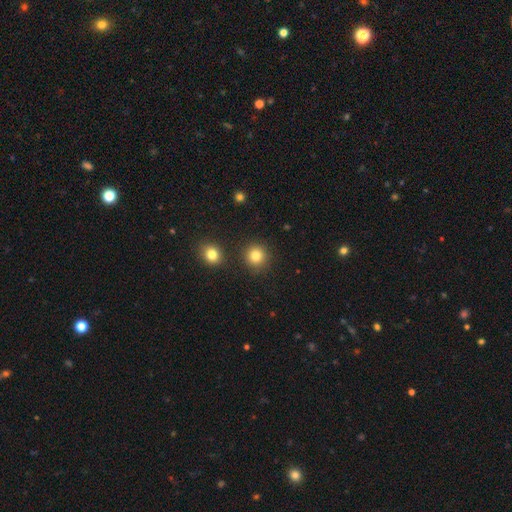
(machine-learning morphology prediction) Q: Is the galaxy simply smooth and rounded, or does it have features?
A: smooth — 83%.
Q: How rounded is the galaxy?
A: round — 92%.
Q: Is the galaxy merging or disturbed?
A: none — 88%.